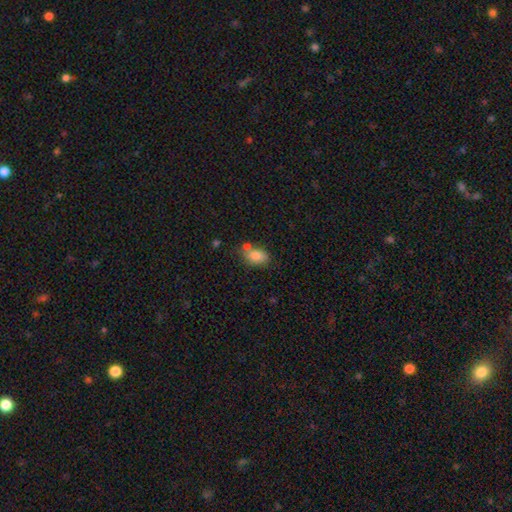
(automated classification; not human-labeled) smooth_or_featured: smooth (p=0.83) [alt: featured or disk p=0.09]
how_rounded: in between (p=0.85) [alt: round p=0.13]
merging: none (p=0.57) [alt: merger p=0.20]